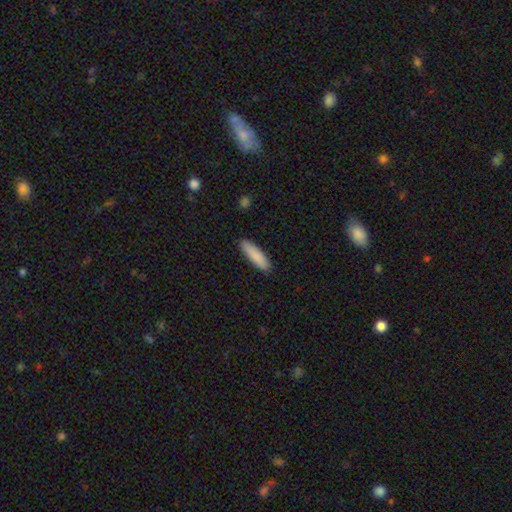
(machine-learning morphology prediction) A smooth galaxy with no disk features (88%) that is cigar-shaped (70%).

Vote fractions:
- Smooth or featured? smooth: 88% / featured or disk: 7% / star or artifact: 6%
- How rounded? cigar-shaped: 70% / in between: 29% / round: 1%
- Merging? none: 89% / minor disturbance: 8% / major disturbance: 2% / merger: 1%